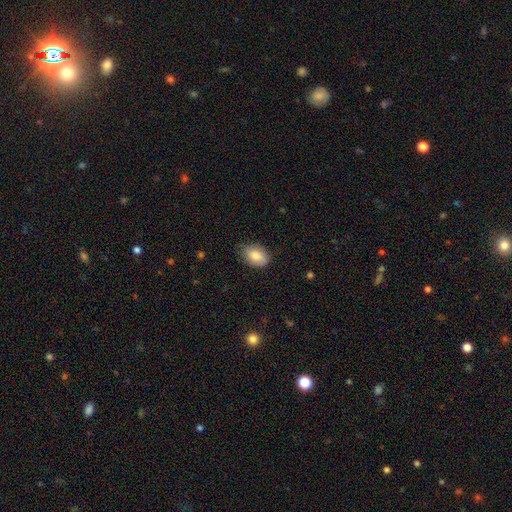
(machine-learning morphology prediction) Smooth or featured: smooth — 83% (featured or disk — 9%)
How rounded: in between — 80% (round — 19%)
Merging: none — 75% (minor disturbance — 21%)